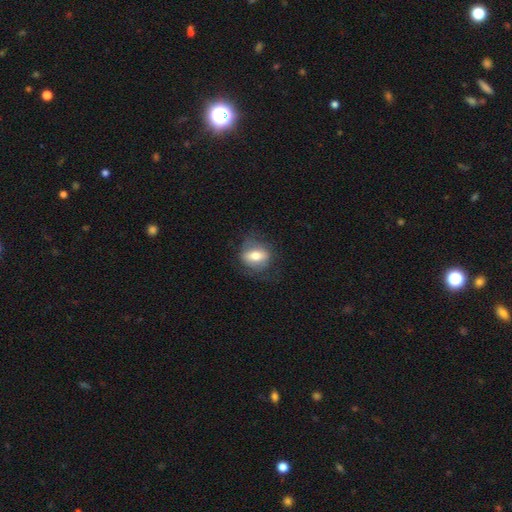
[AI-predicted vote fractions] The model was most divided on "smooth or featured": smooth: 61%, featured or disk: 31%, star or artifact: 8%. More confident: merging — none (71%); how rounded — in between (64%).